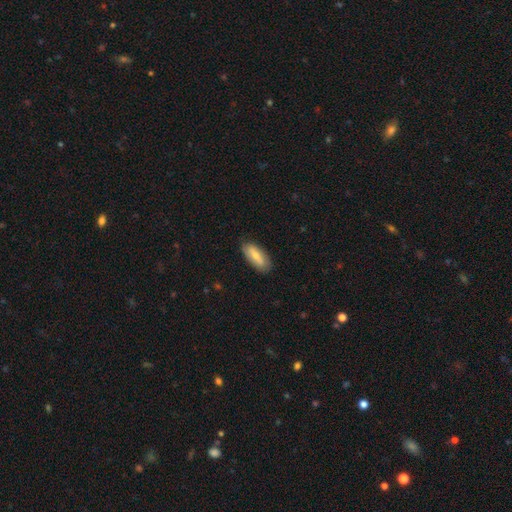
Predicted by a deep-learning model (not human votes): Smooth or featured: smooth — 70% (featured or disk — 24%)
How rounded: in between — 79% (cigar-shaped — 19%)
Merging: none — 85% (minor disturbance — 12%)